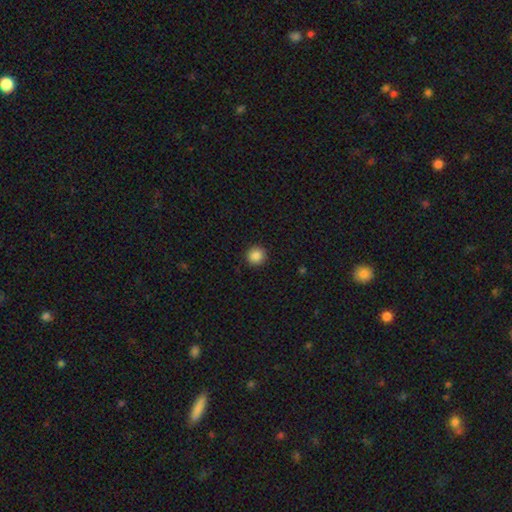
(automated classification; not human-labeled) smooth 87%, star or artifact 10%, featured or disk 3%. Down the decision tree: how rounded — round (93%); merging — none (92%).